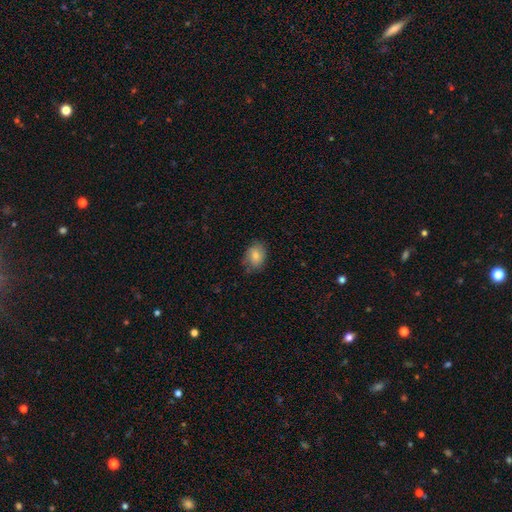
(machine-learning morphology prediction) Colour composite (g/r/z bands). It shows a smooth galaxy with no disk features (76%) that is in between round and cigar-shaped (63%). Merging: none (73%).